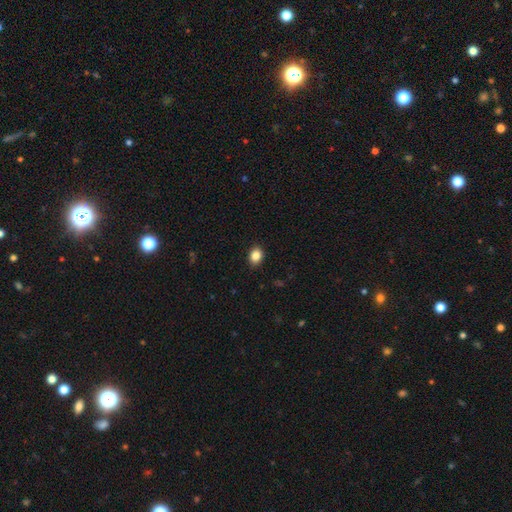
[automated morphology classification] Overall: smooth (86%). How rounded: in between (54%; round 45%). Merging: none (89%).